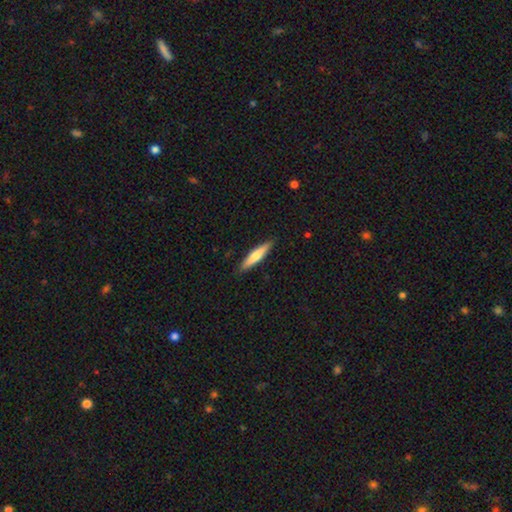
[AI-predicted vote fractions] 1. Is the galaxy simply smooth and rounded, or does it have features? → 64% smooth, 31% featured or disk, 5% star or artifact.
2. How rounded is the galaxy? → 86% cigar-shaped, 13% in between, 1% round.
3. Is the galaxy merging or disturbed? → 90% none, 8% minor disturbance, 2% major disturbance, 1% merger.